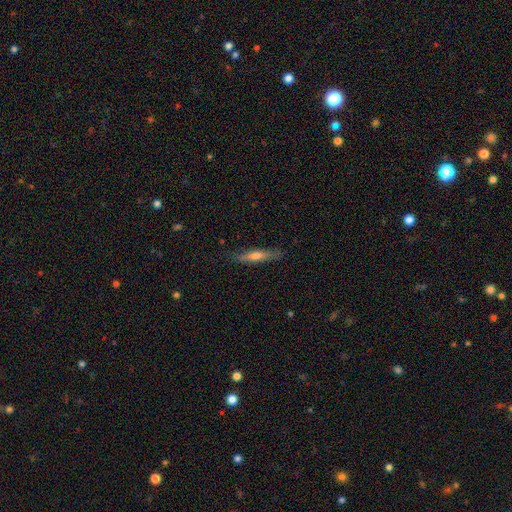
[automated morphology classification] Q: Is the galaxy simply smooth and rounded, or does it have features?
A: featured or disk — 54%.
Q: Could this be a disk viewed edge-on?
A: yes — 93%.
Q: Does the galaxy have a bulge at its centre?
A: rounded — 74%.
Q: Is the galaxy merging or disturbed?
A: none — 85%.